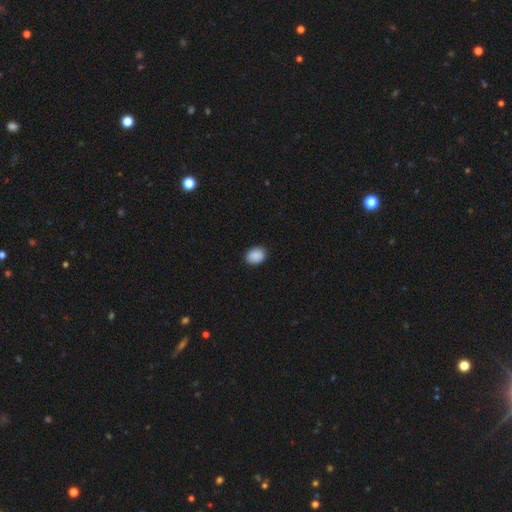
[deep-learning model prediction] Morphology: type=smooth (90%); roundness=in between (63%); merging=none (89%).